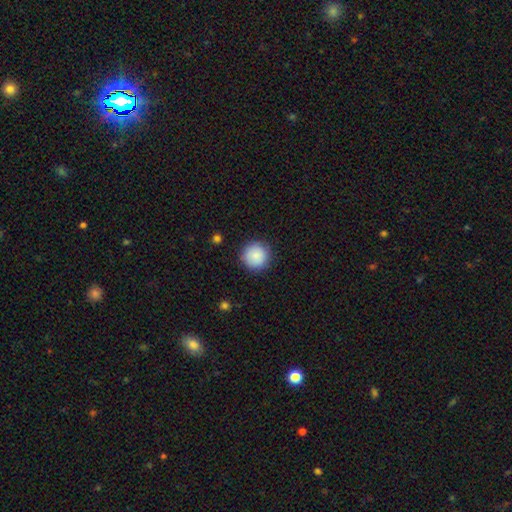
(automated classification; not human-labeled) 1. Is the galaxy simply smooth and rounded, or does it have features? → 87% smooth, 8% star or artifact, 5% featured or disk.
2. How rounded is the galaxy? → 95% round, 4% in between, 1% cigar-shaped.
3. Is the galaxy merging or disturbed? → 89% none, 8% minor disturbance, 2% major disturbance, 1% merger.